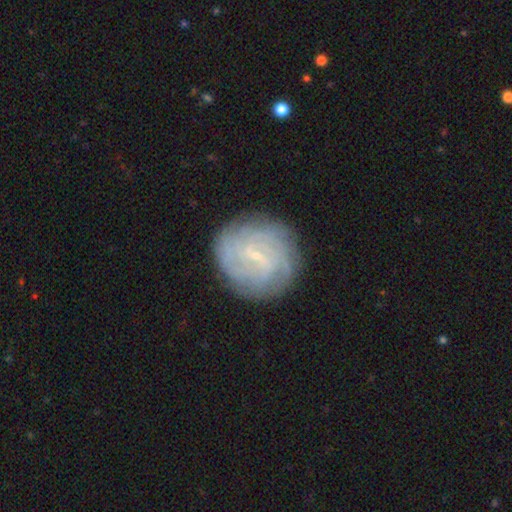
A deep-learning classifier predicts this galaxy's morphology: smooth_or_featured: featured or disk (p=0.72) [alt: smooth p=0.20]
disk_edge_on: no (p=0.97) [alt: yes p=0.03]
bar: weak (p=0.58) [alt: no p=0.25]
has_spiral_arms: yes (p=0.87) [alt: no p=0.13]
spiral_winding: tight (p=0.69) [alt: medium p=0.23]
spiral_arm_count: can't tell (p=0.52) [alt: 4 p=0.14]
bulge_size: small (p=0.83) [alt: moderate p=0.09]
merging: none (p=0.83) [alt: minor disturbance p=0.11]